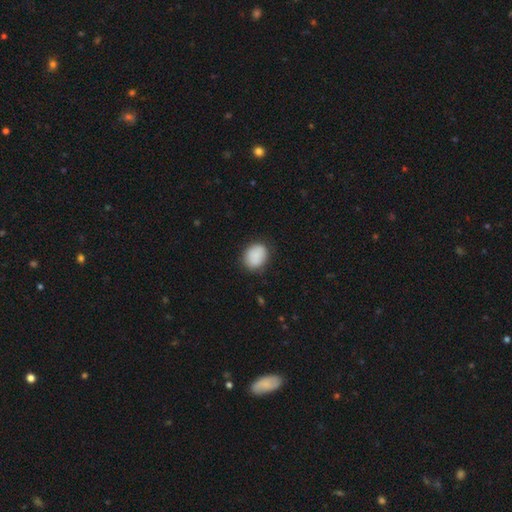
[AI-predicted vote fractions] smooth 89%, star or artifact 7%, featured or disk 4%. Down the decision tree: how rounded — in between (52%); merging — none (84%).